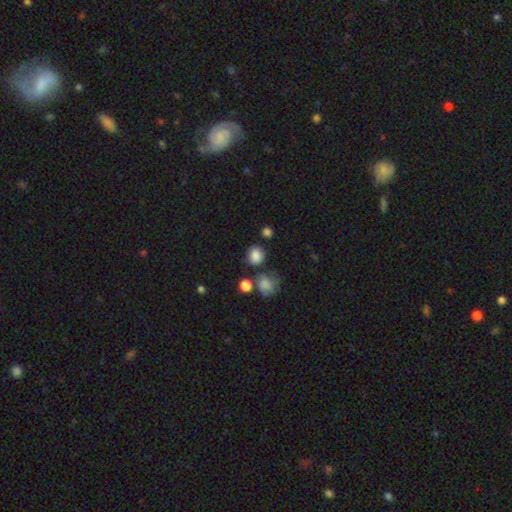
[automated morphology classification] type=smooth (83%); roundness=round (74%); merging=none (73%).